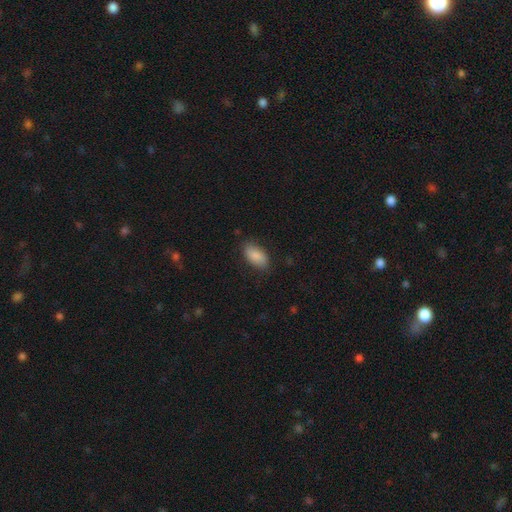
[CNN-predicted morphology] Smooth or featured?
  - smooth: 87% *
  - featured or disk: 7%
  - star or artifact: 7%
How rounded?
  - in between: 92% *
  - cigar-shaped: 5%
  - round: 3%
Merging?
  - none: 80% *
  - minor disturbance: 15%
  - major disturbance: 3%
  - merger: 1%